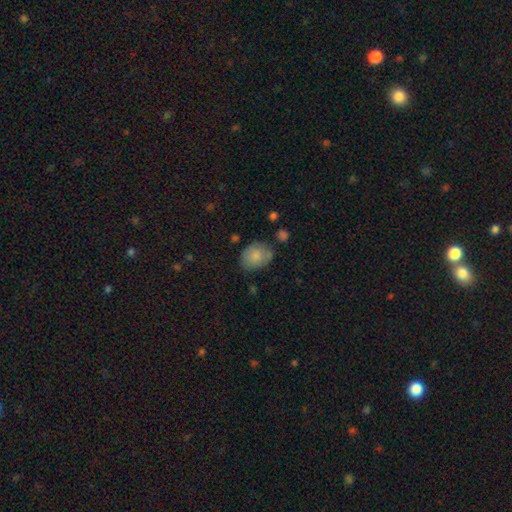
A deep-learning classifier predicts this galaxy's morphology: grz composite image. It shows a smooth galaxy with no disk features (81%) that is in between round and cigar-shaped (57%). Merging: none (67%).